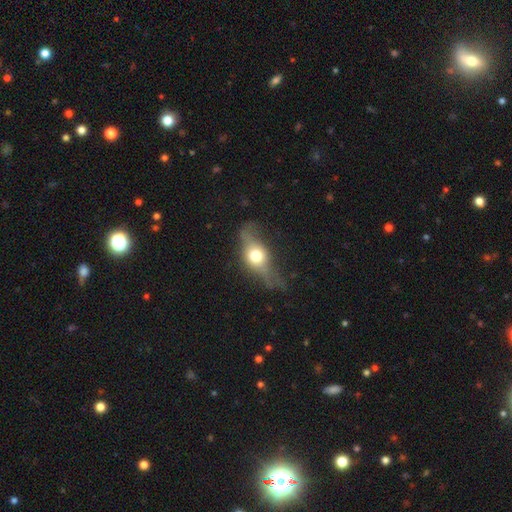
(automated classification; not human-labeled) Overall: featured or disk (52%; smooth 39%). Edge-on disk: yes (71%). Merging: none (48%; minor disturbance 26%).